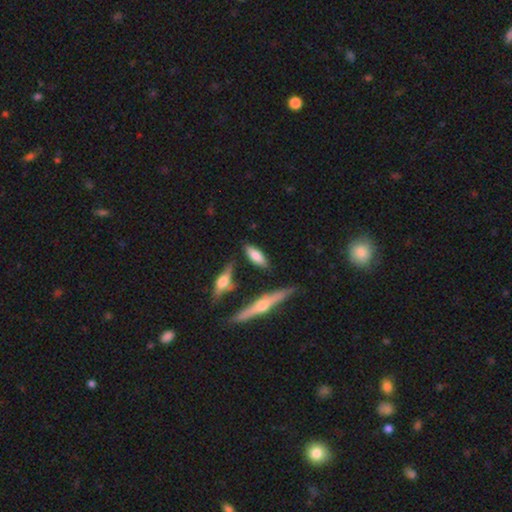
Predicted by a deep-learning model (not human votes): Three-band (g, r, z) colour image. It shows a smooth galaxy with no disk features (67%) that is in between round and cigar-shaped (59%). Merging: none (77%).